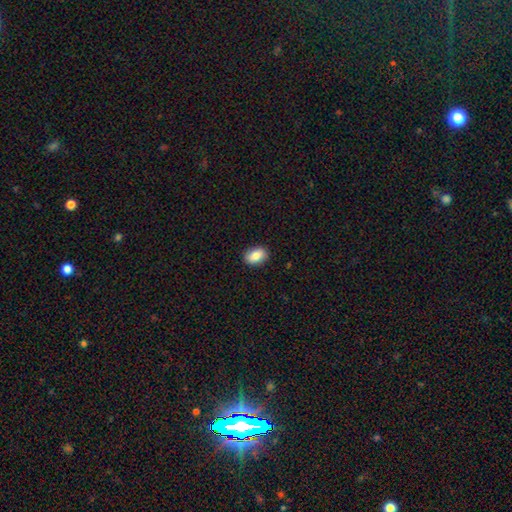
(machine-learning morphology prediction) Q: Smooth or featured?
A: smooth (84%); runner-up: featured or disk (8%)
Q: How rounded?
A: in between (85%); runner-up: round (14%)
Q: Merging?
A: none (89%); runner-up: minor disturbance (8%)